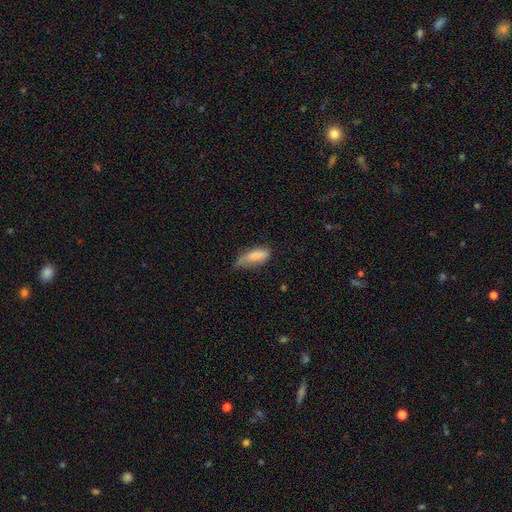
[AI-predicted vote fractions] Smooth or featured?
  - smooth: 81% *
  - featured or disk: 12%
  - star or artifact: 7%
How rounded?
  - in between: 77% *
  - cigar-shaped: 21%
  - round: 2%
Merging?
  - minor disturbance: 45% *
  - none: 37%
  - major disturbance: 15%
  - merger: 2%